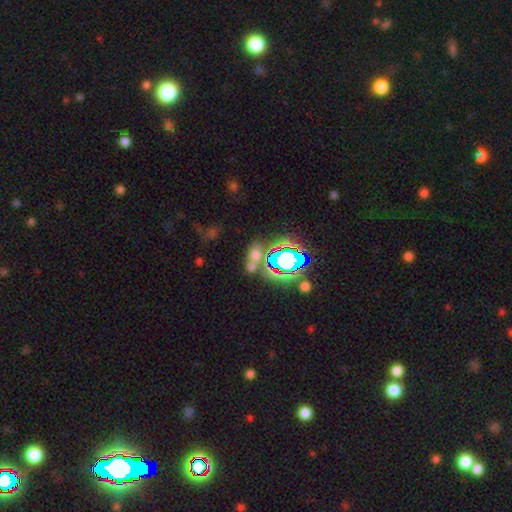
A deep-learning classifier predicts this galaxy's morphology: A smooth galaxy with no disk features (45%). Merging: none (54%).